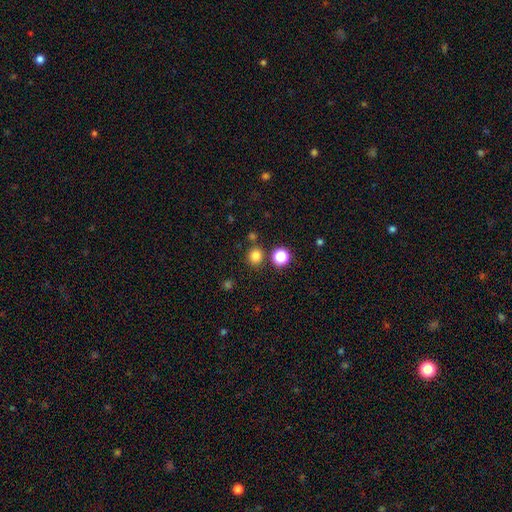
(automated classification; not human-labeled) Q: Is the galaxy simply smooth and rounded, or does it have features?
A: smooth — 80%.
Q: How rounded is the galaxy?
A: round — 88%.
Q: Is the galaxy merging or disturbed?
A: none — 82%.